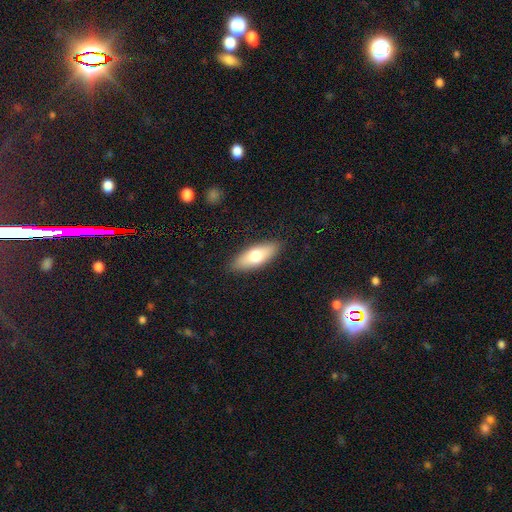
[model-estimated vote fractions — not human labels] smooth-or-featured: smooth: 70% | featured or disk: 23% | star or artifact: 6%
  how-rounded: in between: 68% | cigar-shaped: 29% | round: 3%
  merging: none: 88% | minor disturbance: 9% | major disturbance: 2% | merger: 1%